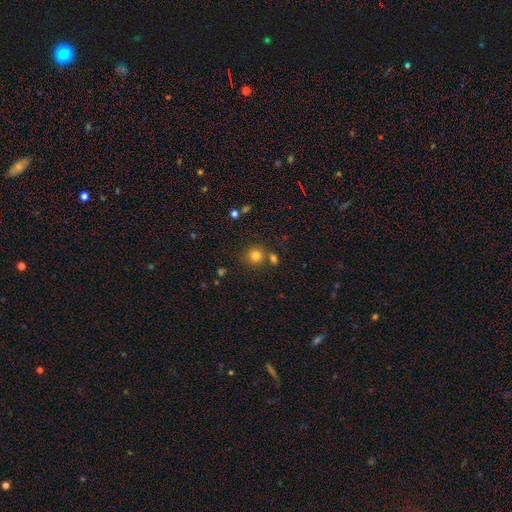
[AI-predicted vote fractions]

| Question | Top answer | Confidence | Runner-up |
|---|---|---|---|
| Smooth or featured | smooth | 79% | star or artifact (14%) |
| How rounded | round | 92% | in between (7%) |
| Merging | none | 76% | merger (13%) |